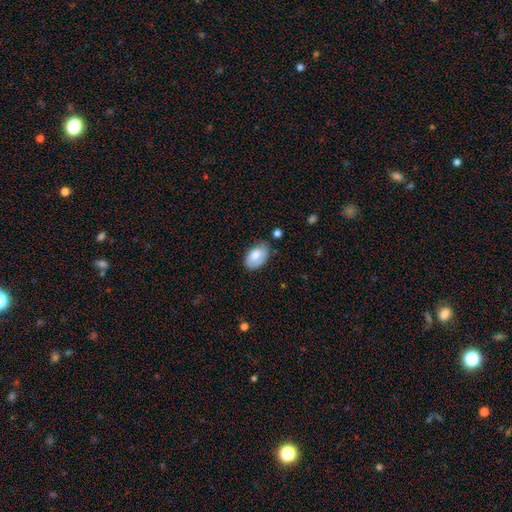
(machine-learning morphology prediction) Smooth or featured? Predicted: smooth (p=0.70). How rounded? Predicted: in between (p=0.92). Merging? Predicted: none (p=0.65).